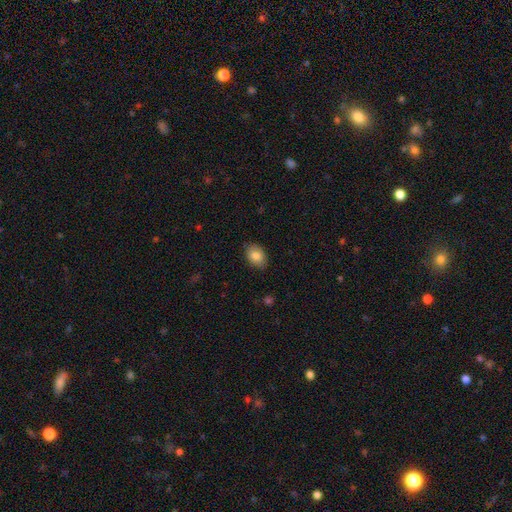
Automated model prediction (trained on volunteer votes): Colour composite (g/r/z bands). It shows a smooth galaxy with no disk features (84%) that is in between round and cigar-shaped (81%). Merging: none (84%).